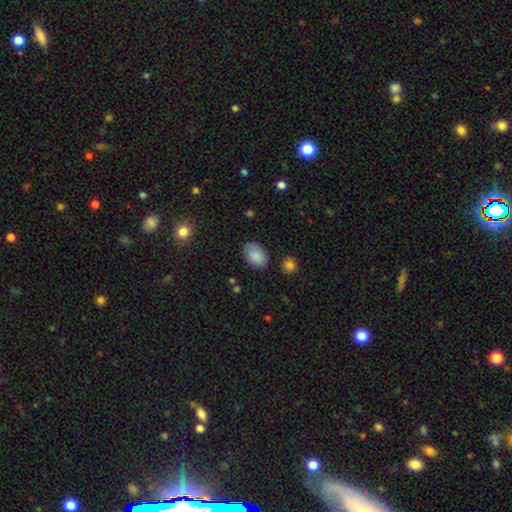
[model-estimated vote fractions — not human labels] Overall: smooth (85%). How rounded: in between (85%). Merging: none (80%).